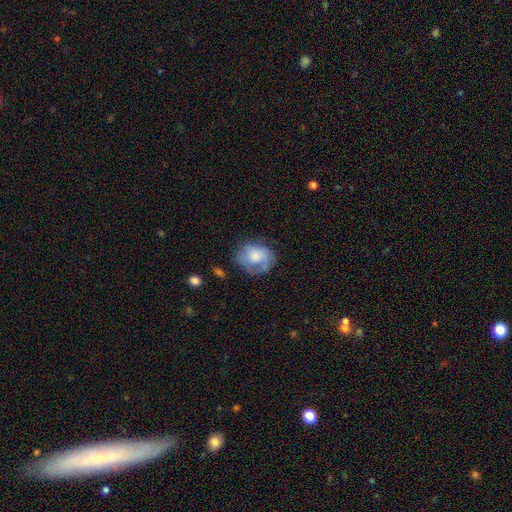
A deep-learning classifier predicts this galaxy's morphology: type=smooth (55%); roundness=round (51%); merging=none (50%).